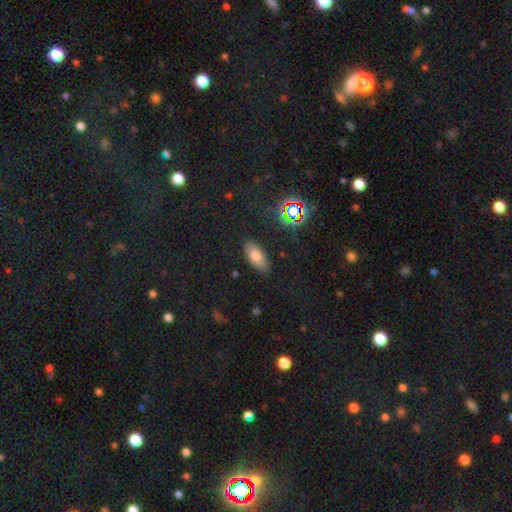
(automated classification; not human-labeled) Smooth or featured?
  - smooth: 74% *
  - featured or disk: 14%
  - star or artifact: 13%
How rounded?
  - in between: 87% *
  - cigar-shaped: 9%
  - round: 3%
Merging?
  - none: 85% *
  - minor disturbance: 11%
  - major disturbance: 3%
  - merger: 2%